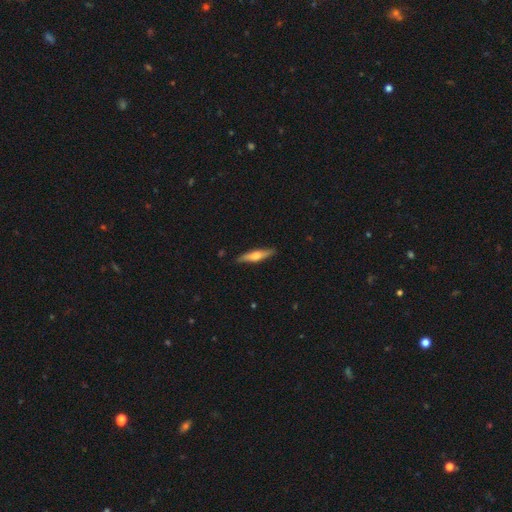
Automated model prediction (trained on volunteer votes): featured or disk 52%, smooth 43%, star or artifact 5%. Down the decision tree: edge-on disk — yes (94%); merging — none (87%).